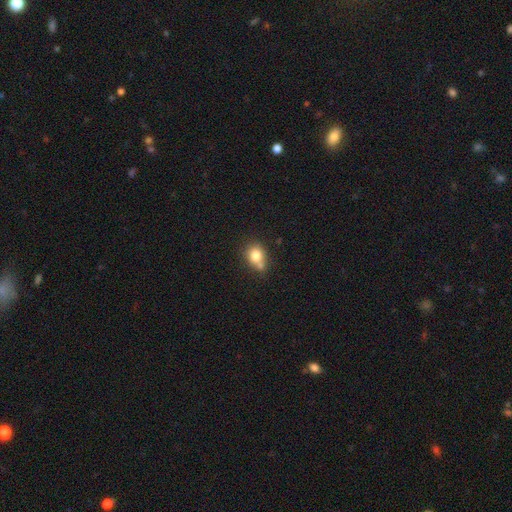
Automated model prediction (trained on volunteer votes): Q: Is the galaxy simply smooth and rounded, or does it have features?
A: smooth — 78%.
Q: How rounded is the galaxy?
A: round — 67%.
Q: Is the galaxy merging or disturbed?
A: none — 49%.